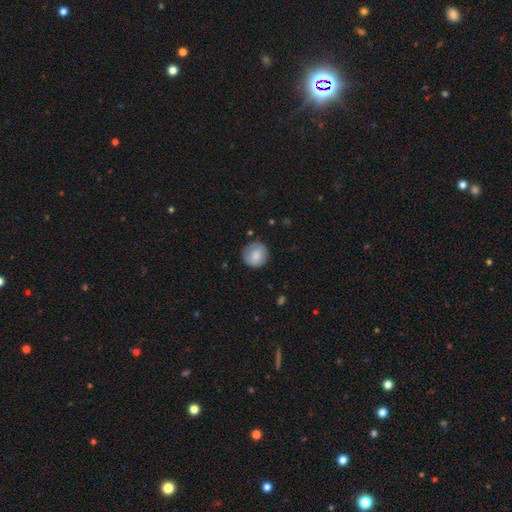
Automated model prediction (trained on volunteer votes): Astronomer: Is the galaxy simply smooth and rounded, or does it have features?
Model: smooth — 84%.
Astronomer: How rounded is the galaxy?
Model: round — 94%.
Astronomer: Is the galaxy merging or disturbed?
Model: none — 85%.